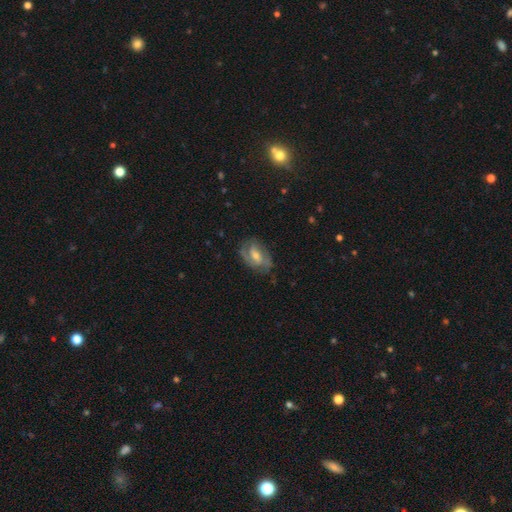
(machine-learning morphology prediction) Smooth or featured: featured or disk — 68% (smooth — 22%)
Edge-on disk: no — 94% (yes — 6%)
Bar: weak — 48% (no — 32%)
Spiral arms: yes — 83% (no — 17%)
Spiral winding: tight — 42% (medium — 41%)
Spiral arm count: 2 — 56% (can't tell — 26%)
Bulge size: moderate — 55% (small — 36%)
Merging: none — 68% (minor disturbance — 22%)